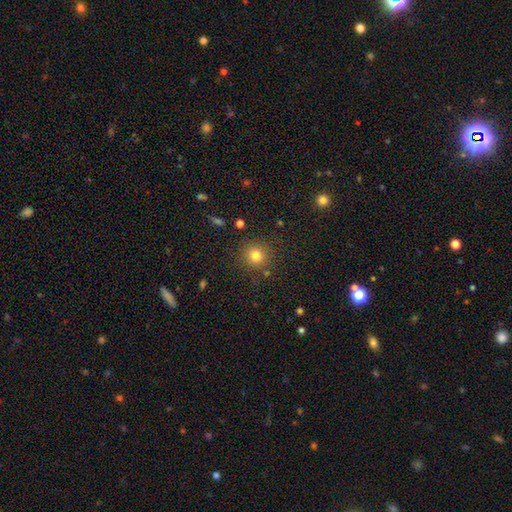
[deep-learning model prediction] Q: Smooth or featured?
A: smooth (79%); runner-up: star or artifact (14%)
Q: How rounded?
A: round (91%); runner-up: in between (8%)
Q: Merging?
A: none (85%); runner-up: minor disturbance (8%)